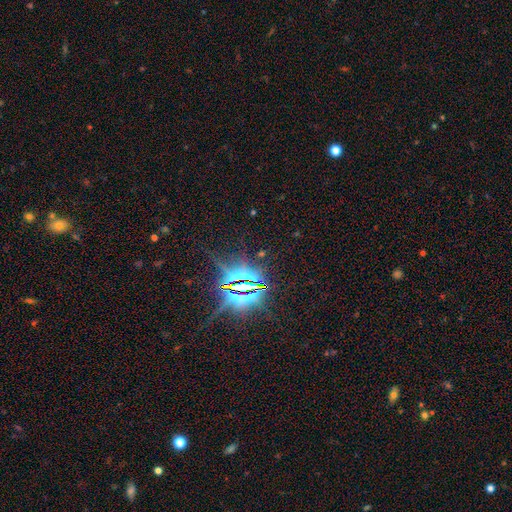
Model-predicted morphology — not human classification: Q: Smooth or featured?
A: star or artifact (87%); runner-up: smooth (7%)